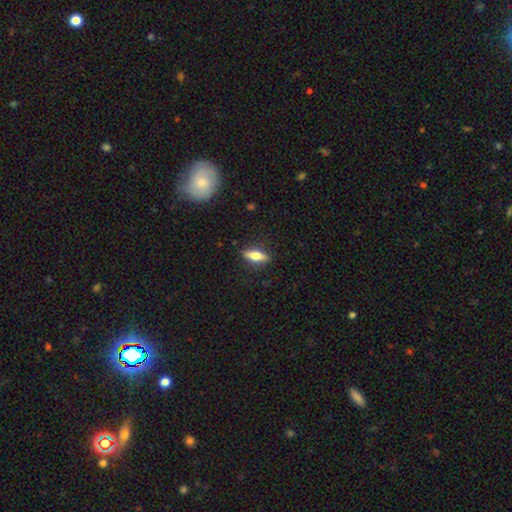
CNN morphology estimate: The model was most divided on "how rounded": in between: 57%, cigar-shaped: 39%, round: 4%. More confident: merging — none (86%); smooth or featured — smooth (60%).